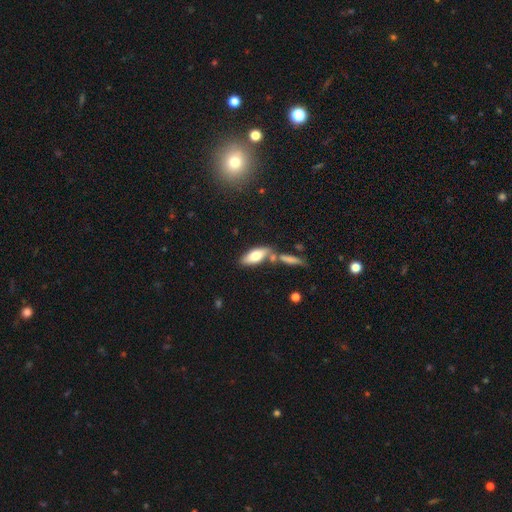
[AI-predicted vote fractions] Smooth or featured? Predicted: smooth (p=0.74). How rounded? Predicted: in between (p=0.74). Merging? Predicted: none (p=0.60).